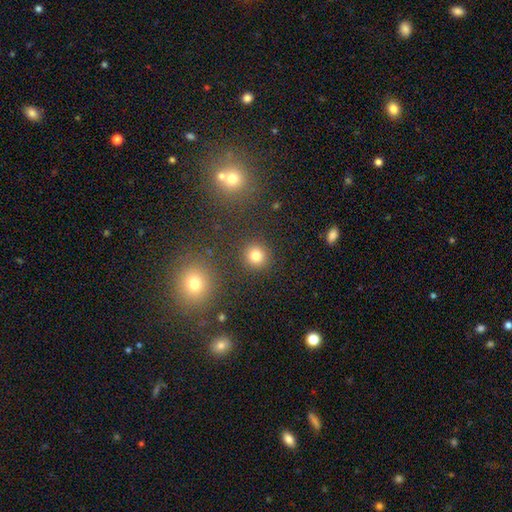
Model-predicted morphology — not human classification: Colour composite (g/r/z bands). It shows a smooth galaxy with no disk features (81%) that is round (90%). Merging: none (88%).